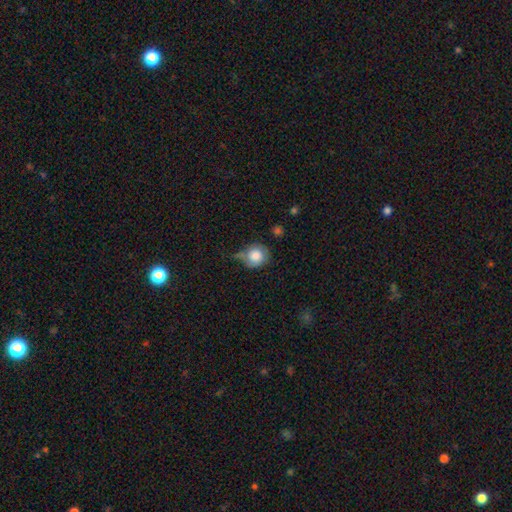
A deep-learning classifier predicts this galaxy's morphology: A smooth galaxy with no disk features (81%) that is round (87%).

Vote fractions:
- Smooth or featured? smooth: 81% / featured or disk: 11% / star or artifact: 8%
- How rounded? round: 87% / in between: 12% / cigar-shaped: 1%
- Merging? none: 48% / minor disturbance: 32% / major disturbance: 11% / merger: 9%